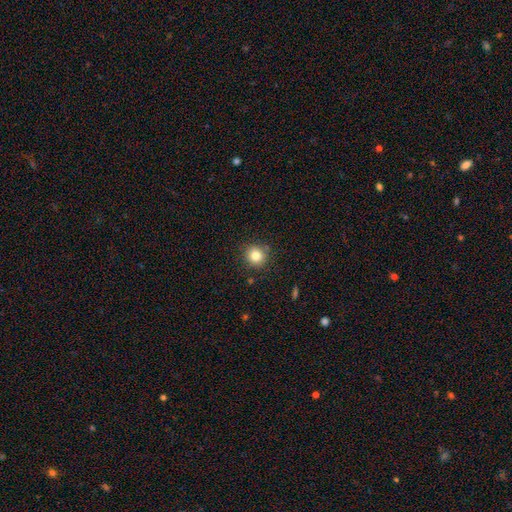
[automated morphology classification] Overall: smooth (82%). How rounded: round (92%). Merging: none (88%).